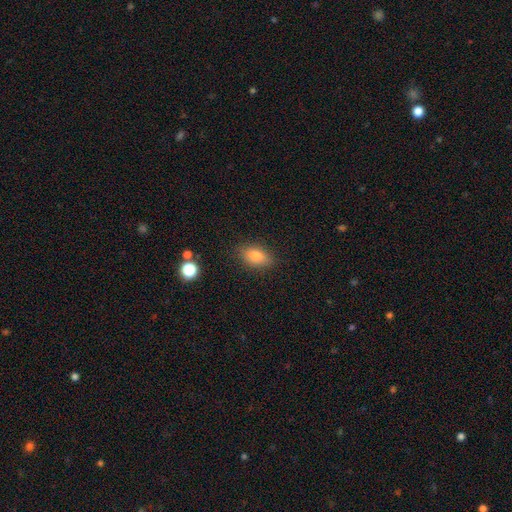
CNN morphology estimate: Q: Smooth or featured?
A: smooth (79%); runner-up: featured or disk (11%)
Q: How rounded?
A: in between (83%); runner-up: round (13%)
Q: Merging?
A: none (85%); runner-up: minor disturbance (11%)